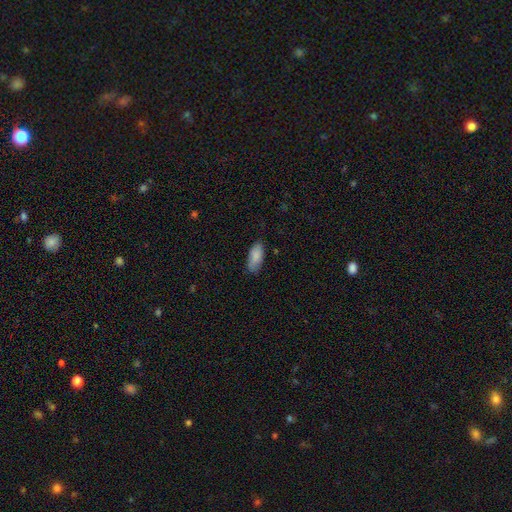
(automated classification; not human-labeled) Overall: smooth (87%). How rounded: in between (87%). Merging: none (78%).